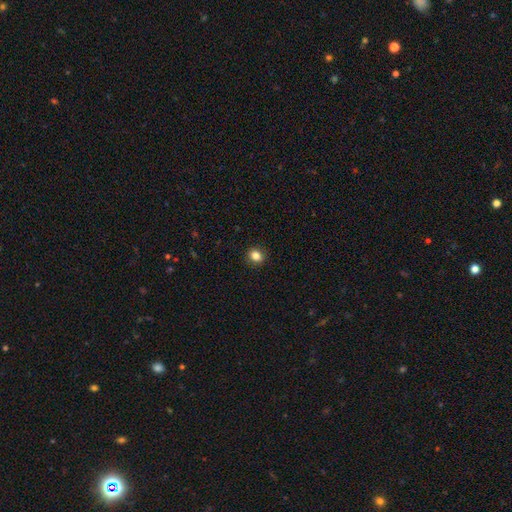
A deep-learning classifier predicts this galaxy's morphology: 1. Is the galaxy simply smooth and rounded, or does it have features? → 84% smooth, 11% star or artifact, 6% featured or disk.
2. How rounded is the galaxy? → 67% round, 32% in between, 1% cigar-shaped.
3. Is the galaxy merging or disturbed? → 90% none, 7% minor disturbance, 2% major disturbance, 1% merger.